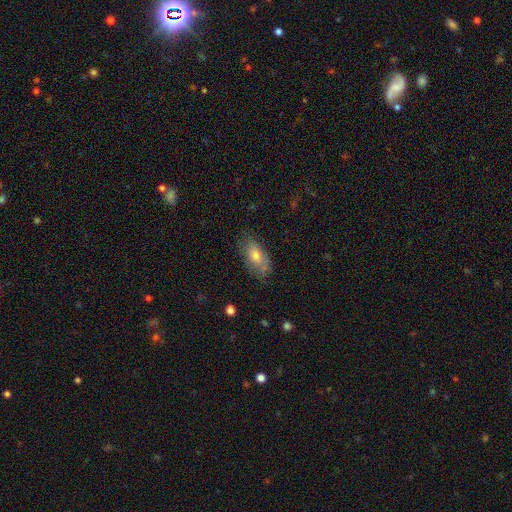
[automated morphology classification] A smooth galaxy with no disk features (68%) that is in between round and cigar-shaped (88%). Merging: none (73%).